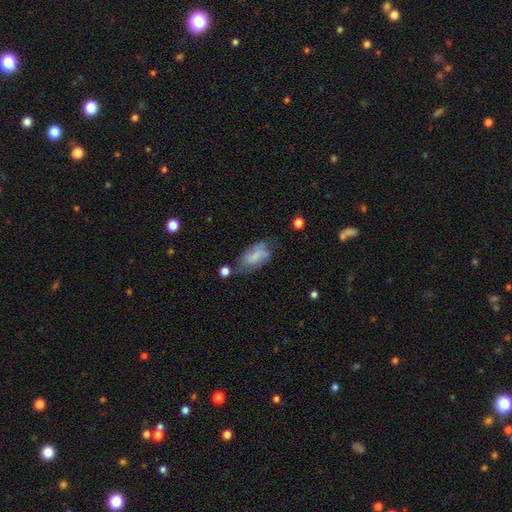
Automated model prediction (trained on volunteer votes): This appears to be a smooth galaxy with no disk features (65%) that is in between round and cigar-shaped (89%). Merging: none (43%).